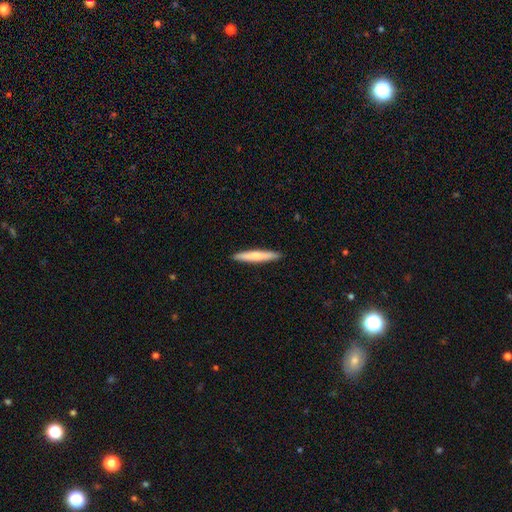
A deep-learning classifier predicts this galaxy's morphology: smooth-or-featured: smooth: 65% | featured or disk: 30% | star or artifact: 5%
  how-rounded: cigar-shaped: 94% | in between: 5% | round: 1%
  merging: none: 92% | minor disturbance: 6% | major disturbance: 1% | merger: 1%